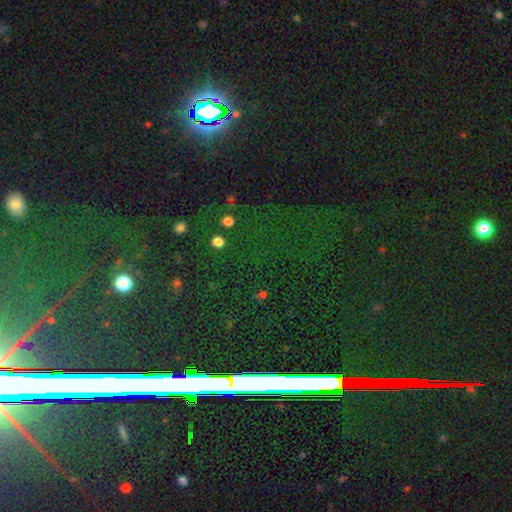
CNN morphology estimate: A star or artifact, not a galaxy (81%).

Vote fractions:
- Smooth or featured? star or artifact: 81% / smooth: 11% / featured or disk: 8%